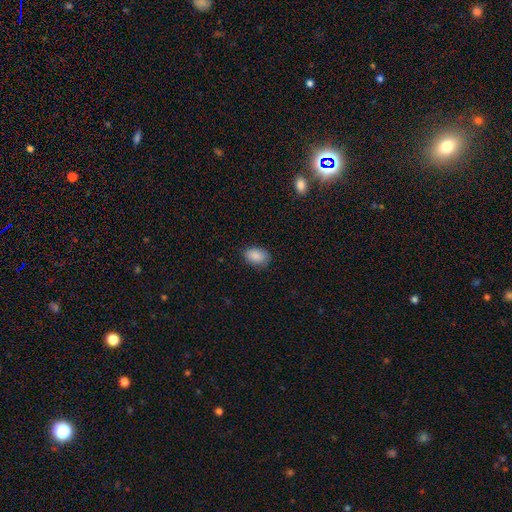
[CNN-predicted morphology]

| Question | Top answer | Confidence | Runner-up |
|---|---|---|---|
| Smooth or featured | smooth | 88% | star or artifact (7%) |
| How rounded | in between | 87% | round (12%) |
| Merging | none | 80% | minor disturbance (16%) |